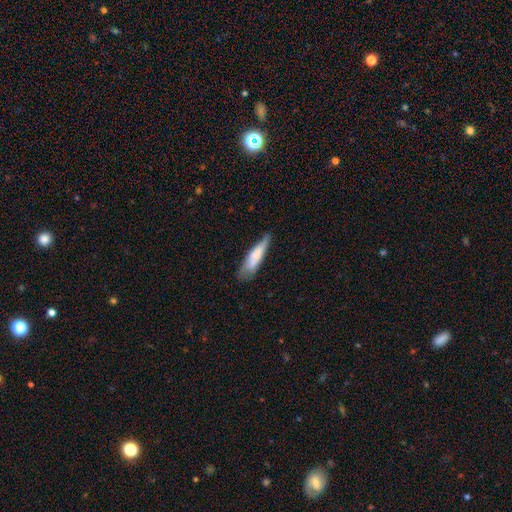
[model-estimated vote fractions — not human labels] Smooth or featured: smooth — 72% (featured or disk — 22%)
How rounded: cigar-shaped — 72% (in between — 26%)
Merging: none — 59% (minor disturbance — 30%)